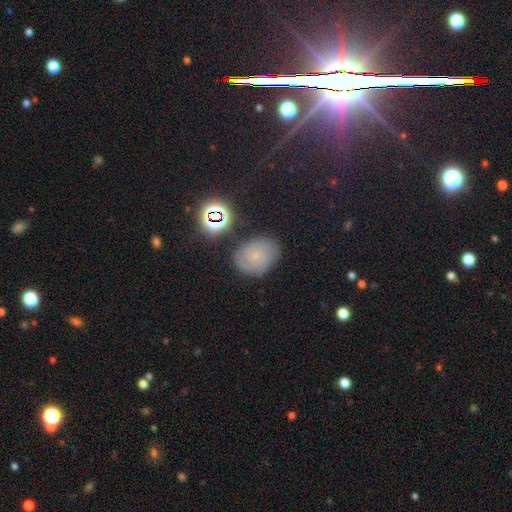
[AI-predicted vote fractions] featured or disk 39%, smooth 38%, star or artifact 23%. Down the decision tree: merging — none (78%).